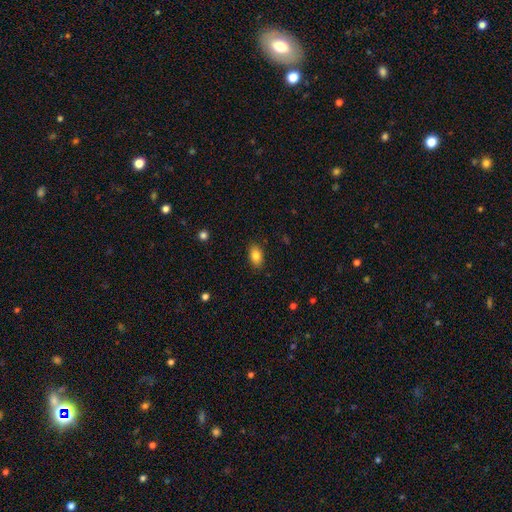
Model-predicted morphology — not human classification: smooth 84%, star or artifact 9%, featured or disk 7%. Down the decision tree: how rounded — in between (88%); merging — none (87%).